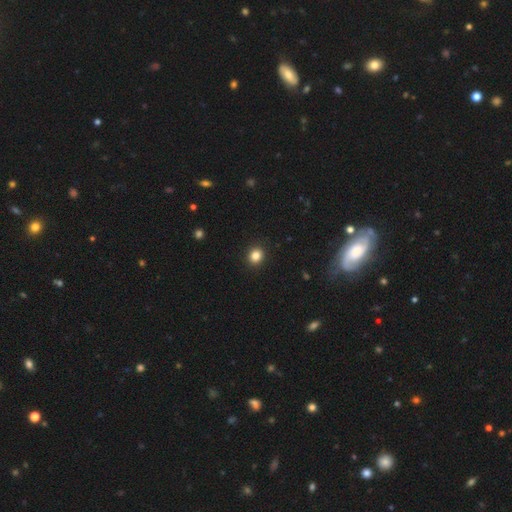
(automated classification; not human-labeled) Smooth or featured: smooth — 85% (star or artifact — 11%)
How rounded: round — 78% (in between — 21%)
Merging: none — 91% (minor disturbance — 6%)